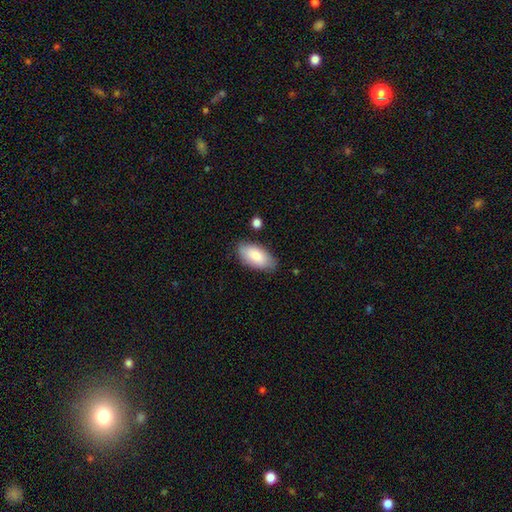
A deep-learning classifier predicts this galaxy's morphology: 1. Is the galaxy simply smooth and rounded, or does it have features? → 83% smooth, 12% featured or disk, 6% star or artifact.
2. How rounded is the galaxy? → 93% in between, 5% cigar-shaped, 2% round.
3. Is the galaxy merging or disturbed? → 80% none, 15% minor disturbance, 3% major disturbance, 2% merger.